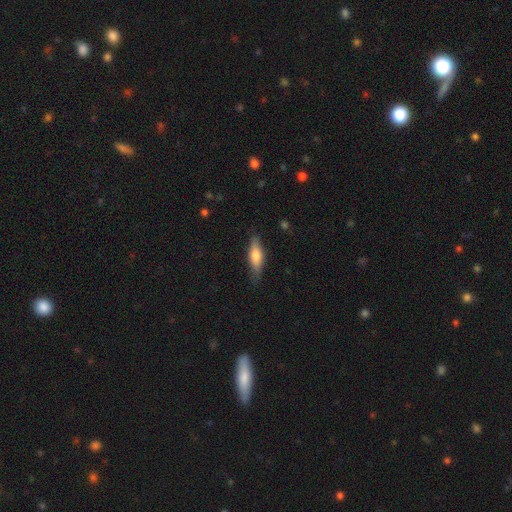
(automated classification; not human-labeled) Smooth or featured? Predicted: smooth (p=0.62). How rounded? Predicted: cigar-shaped (p=0.53). Merging? Predicted: none (p=0.80).